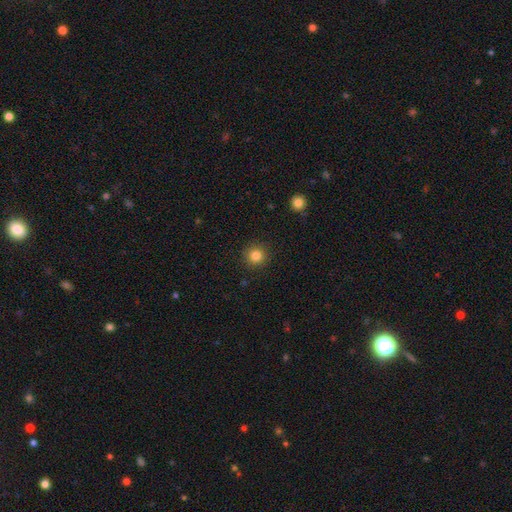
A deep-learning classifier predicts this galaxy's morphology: Smooth or featured: smooth — 83% (star or artifact — 12%)
How rounded: round — 95% (in between — 4%)
Merging: none — 91% (minor disturbance — 6%)